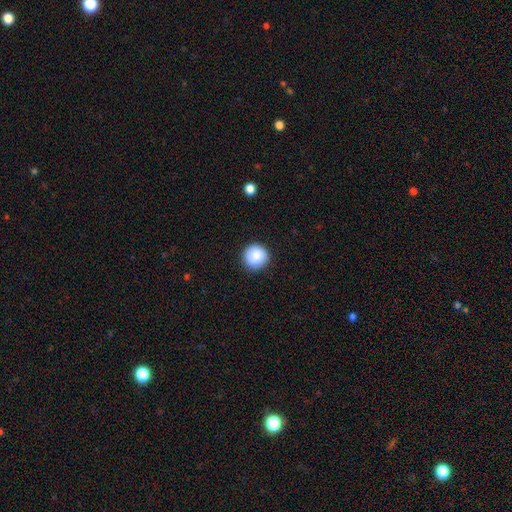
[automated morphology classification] The model was most divided on "smooth or featured": smooth: 86%, star or artifact: 8%, featured or disk: 7%. More confident: how rounded — round (95%); merging — none (89%).